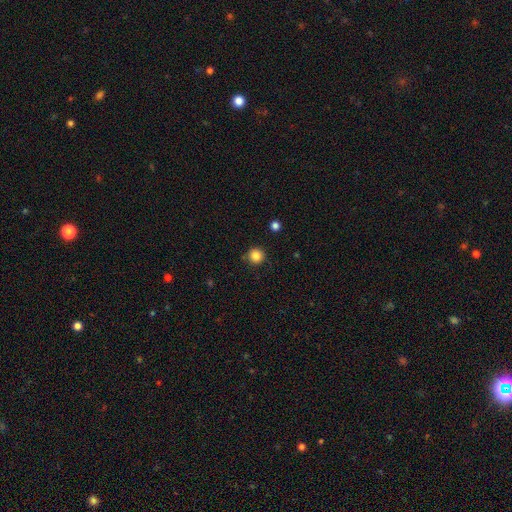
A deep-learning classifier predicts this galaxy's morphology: A smooth galaxy with no disk features (85%) that is round (95%).

Vote fractions:
- Smooth or featured? smooth: 85% / star or artifact: 11% / featured or disk: 4%
- How rounded? round: 95% / in between: 4% / cigar-shaped: 1%
- Merging? none: 87% / minor disturbance: 8% / major disturbance: 2% / merger: 2%